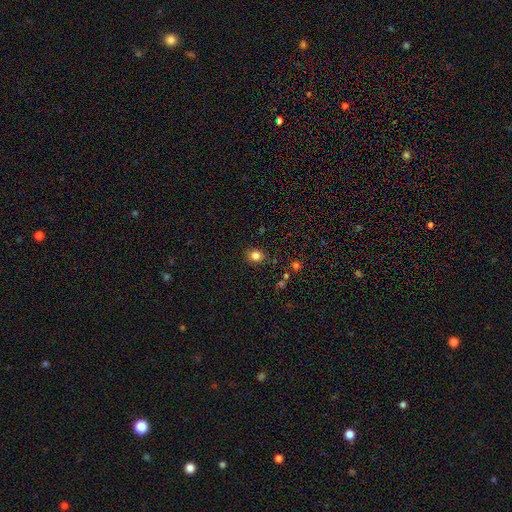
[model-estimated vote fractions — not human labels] A smooth galaxy with no disk features (82%) that is round (67%). Merging: none (87%).